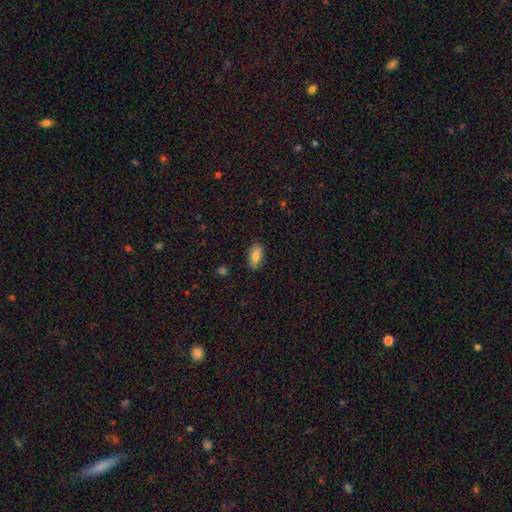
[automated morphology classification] smooth-or-featured: smooth: 82% | featured or disk: 11% | star or artifact: 7%
  how-rounded: in between: 88% | cigar-shaped: 9% | round: 3%
  merging: none: 87% | minor disturbance: 10% | major disturbance: 2% | merger: 1%